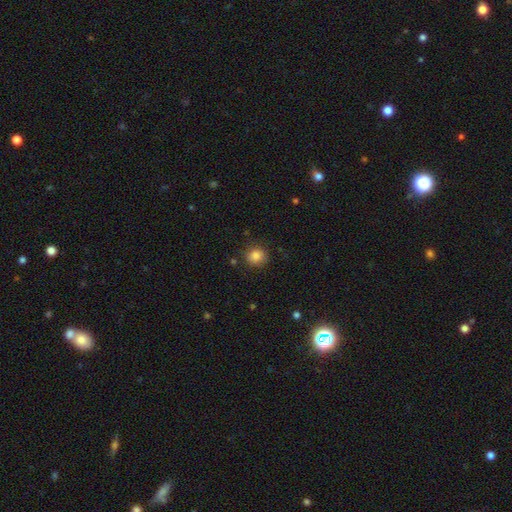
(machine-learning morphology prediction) Smooth or featured? Predicted: smooth (p=0.85). How rounded? Predicted: round (p=0.87). Merging? Predicted: none (p=0.85).